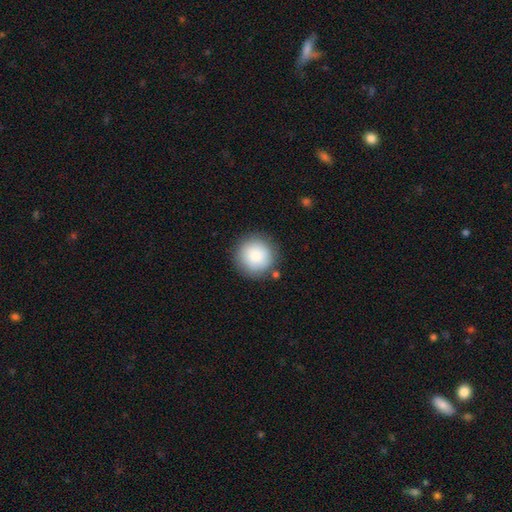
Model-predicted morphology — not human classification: A smooth galaxy with no disk features (86%) that is round (95%). Merging: none (86%).